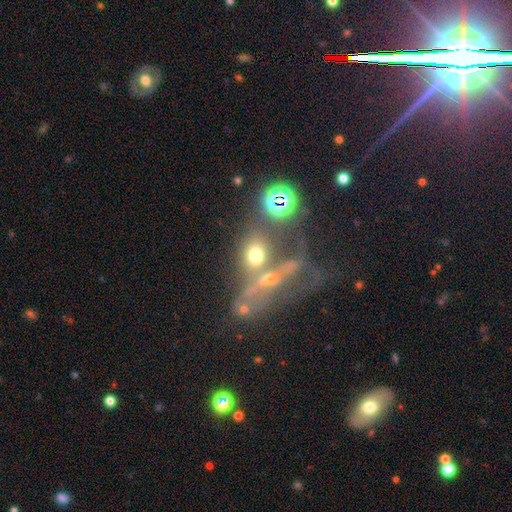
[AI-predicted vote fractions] Smooth or featured? smooth (46%)
Merging? merger (53%)